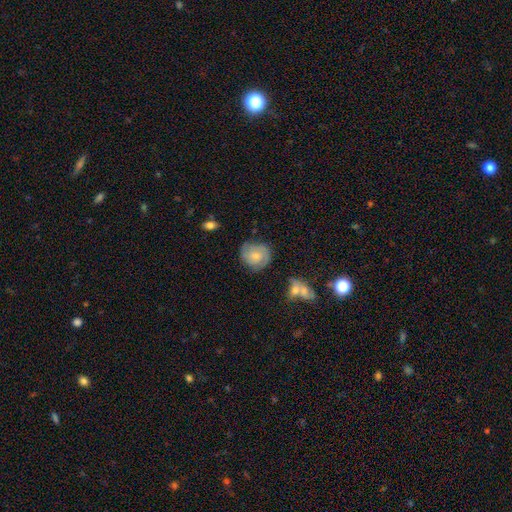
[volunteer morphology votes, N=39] Smooth or featured?
  - featured or disk: 64% *
  - smooth: 36%
  - star or artifact: 0%
Edge-on disk?
  - no: 96% *
  - yes: 4%
Bar?
  - no: 75% *
  - weak: 17%
  - strong: 8%
Spiral arms?
  - yes: 83% *
  - no: 17%
Spiral winding?
  - tight: 65% *
  - medium: 30%
  - loose: 5%
Spiral arm count?
  - 2: 80% *
  - 3: 10%
  - can't tell: 10%
  - 1: 0%
  - 4: 0%
  - more than 4: 0%
Bulge size?
  - moderate: 54% *
  - small: 42%
  - large: 4%
  - dominant: 0%
  - none: 0%
Merging?
  - none: 72% *
  - minor disturbance: 23%
  - major disturbance: 5%
  - merger: 0%